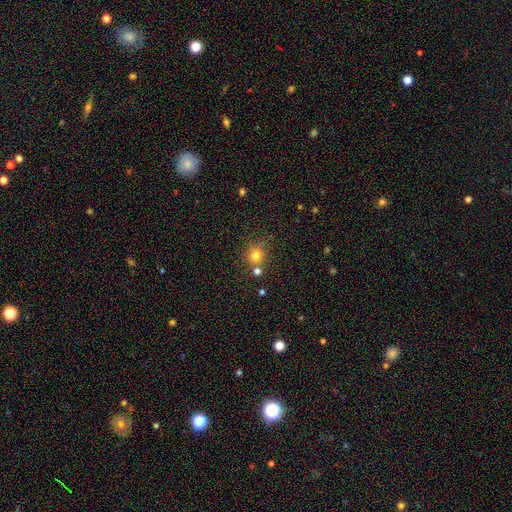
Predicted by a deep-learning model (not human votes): Overall: smooth (77%). How rounded: round (86%). Merging: none (66%).